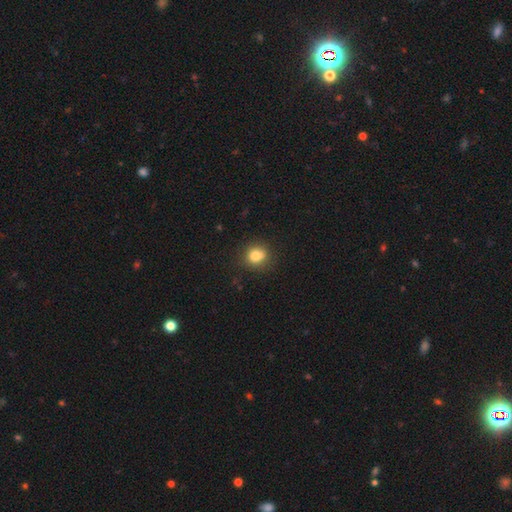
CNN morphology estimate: smooth 81%, star or artifact 11%, featured or disk 7%. Down the decision tree: how rounded — round (71%); merging — none (78%).